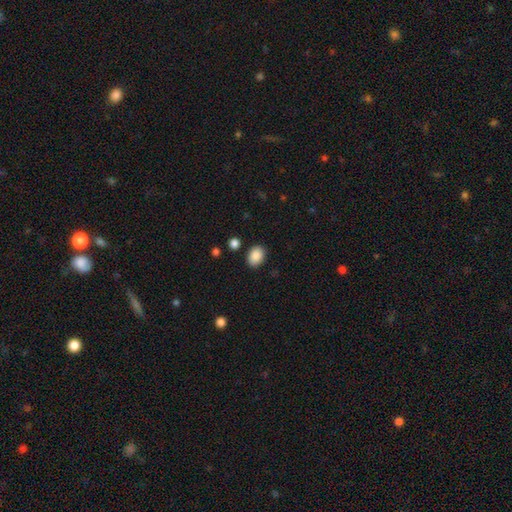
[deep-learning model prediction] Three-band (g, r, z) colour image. It shows a smooth galaxy with no disk features (88%) that is in between round and cigar-shaped (74%). Merging: none (86%).